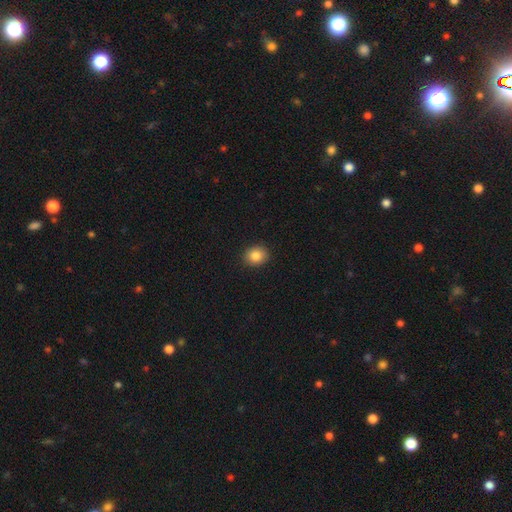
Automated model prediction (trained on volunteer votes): This appears to be a smooth galaxy with no disk features (85%) that is round (63%). Merging: none (91%).